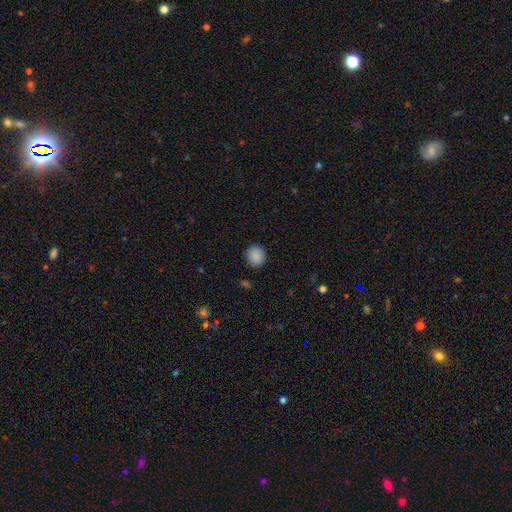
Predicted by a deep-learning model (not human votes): Smooth or featured: smooth — 89% (star or artifact — 8%)
How rounded: round — 83% (in between — 16%)
Merging: none — 89% (minor disturbance — 8%)